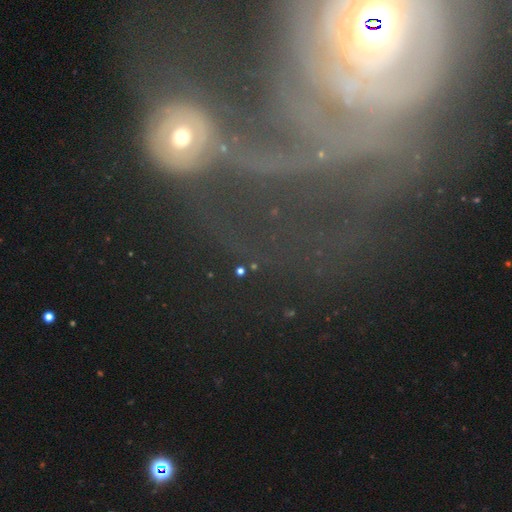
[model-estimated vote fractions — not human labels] Overall: featured or disk (61%). Edge-on disk: no (88%). Bar: no (54%; weak 26%). Spiral arms: yes (71%). Bulge size: small (42%; moderate 39%). Merging: none (41%; merger 24%).